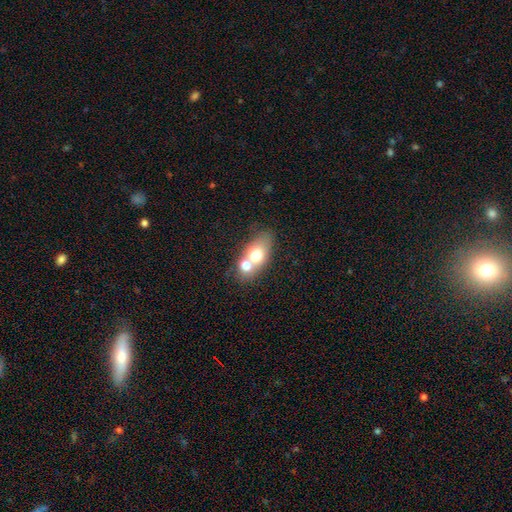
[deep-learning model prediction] A smooth galaxy with no disk features (64%) that is in between round and cigar-shaped (73%). Merging: merger (60%).